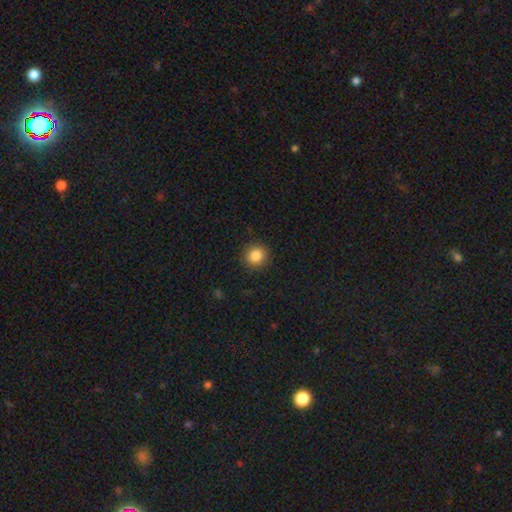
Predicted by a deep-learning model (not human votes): This is clearly a smooth galaxy (86%). How rounded: clearly round (89%). Merging: clearly none (91%).